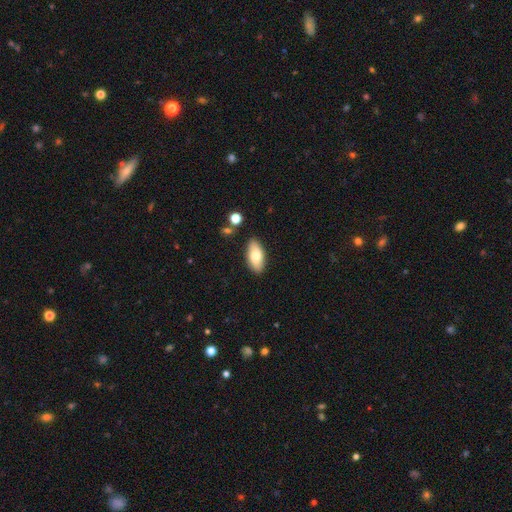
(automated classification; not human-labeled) This appears to be a smooth galaxy with no disk features (74%) that is in between round and cigar-shaped (89%). Merging: none (87%).